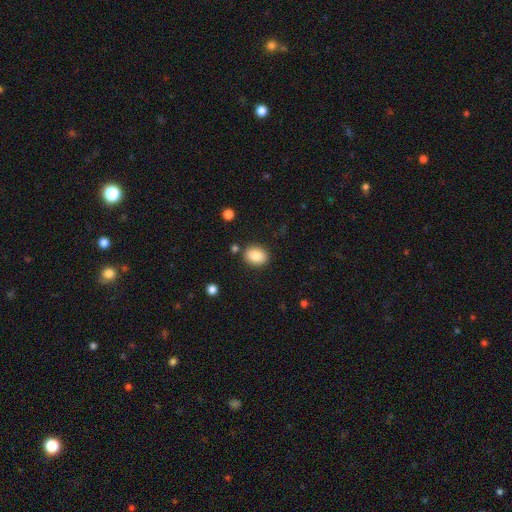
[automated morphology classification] Smooth or featured? smooth (87%)
How rounded? in between (62%)
Merging? none (84%)